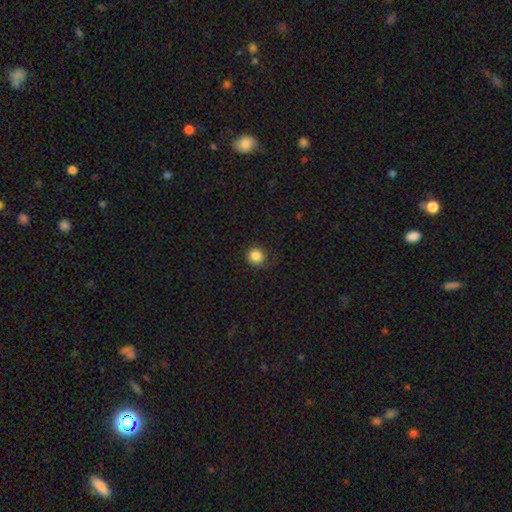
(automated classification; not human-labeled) A smooth galaxy with no disk features (86%) that is round (93%).

Vote fractions:
- Smooth or featured? smooth: 86% / star or artifact: 10% / featured or disk: 4%
- How rounded? round: 93% / in between: 6% / cigar-shaped: 1%
- Merging? none: 85% / minor disturbance: 11% / major disturbance: 3% / merger: 1%